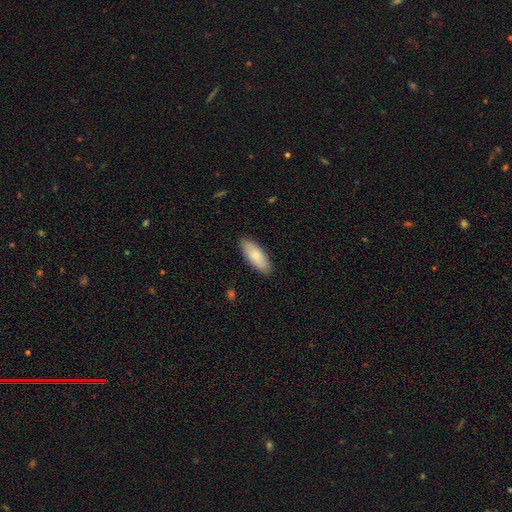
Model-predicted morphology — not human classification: This is clearly a smooth galaxy (81%). How rounded: likely in between (72%). Merging: clearly none (89%).